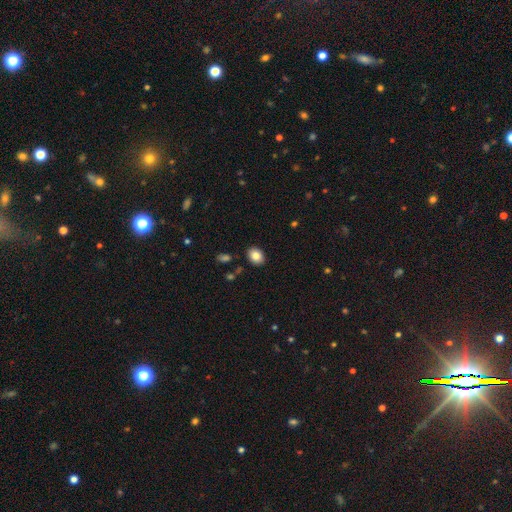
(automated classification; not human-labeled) Smooth or featured? smooth (84%)
How rounded? in between (62%)
Merging? none (88%)